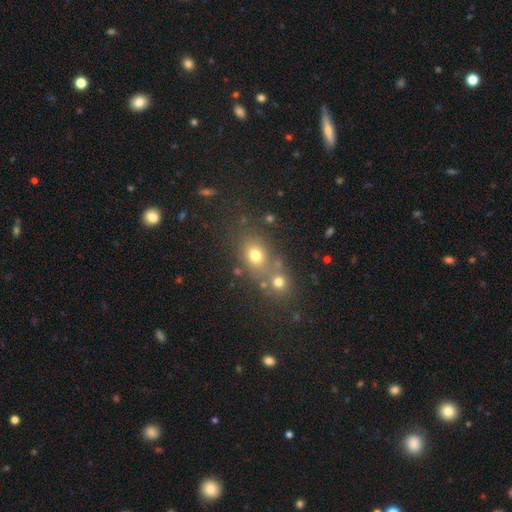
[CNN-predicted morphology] Smooth or featured? smooth (71%)
How rounded? round (55%)
Merging? none (51%)